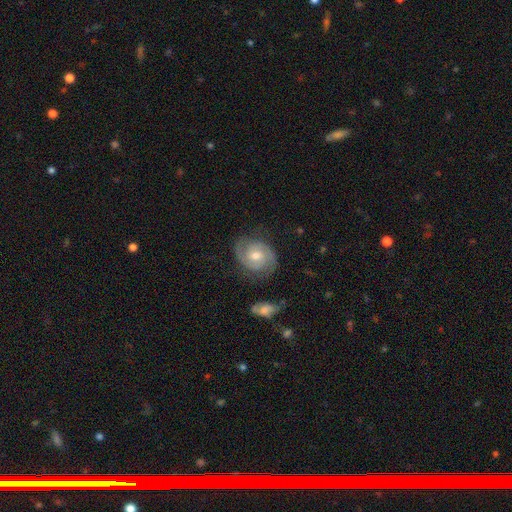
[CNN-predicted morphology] This appears to be a featured or disk galaxy (87%) with no bar (55%), 2 (90%) tight (54%) spiral arms (97%) and a moderate central bulge (69%). Merging: none (80%).